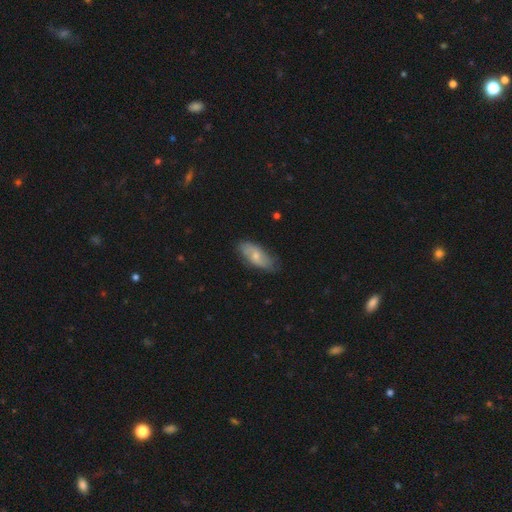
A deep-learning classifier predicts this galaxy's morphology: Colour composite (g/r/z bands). It shows a smooth galaxy with no disk features (52%) that is in between round and cigar-shaped (84%). Merging: none (71%).